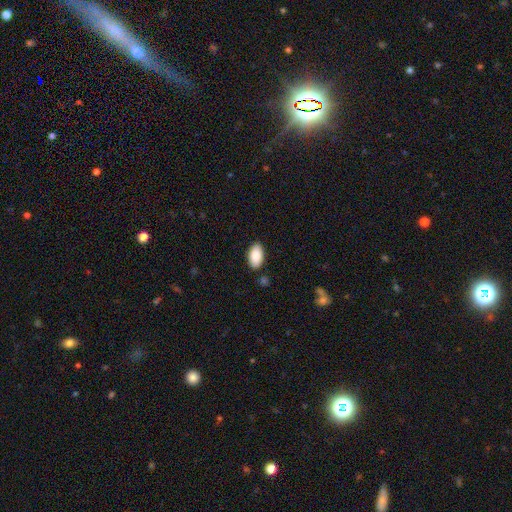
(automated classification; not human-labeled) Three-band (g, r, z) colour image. It shows a smooth galaxy with no disk features (88%) that is in between round and cigar-shaped (95%). Merging: none (85%).